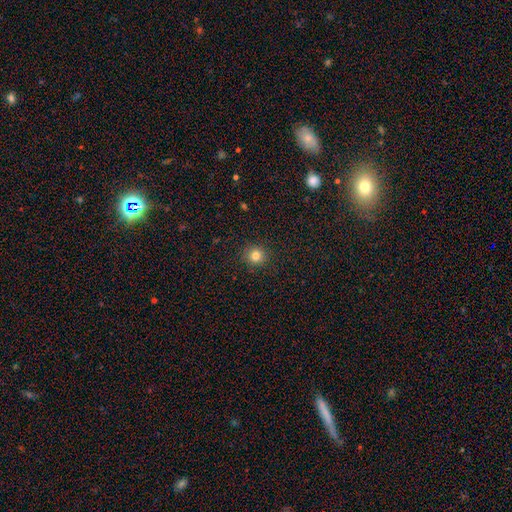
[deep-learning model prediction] Overall: smooth (82%). How rounded: round (92%). Merging: none (91%).